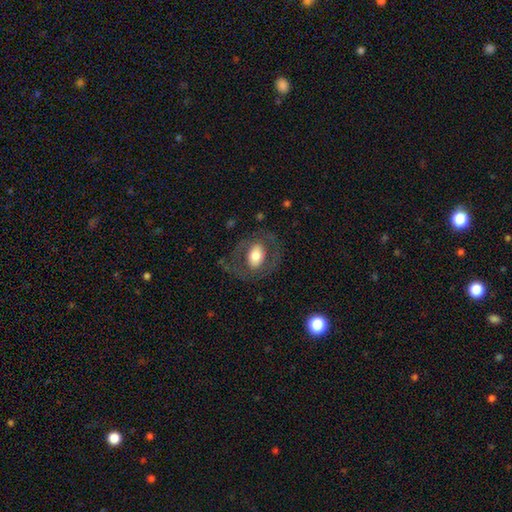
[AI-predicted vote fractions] smooth_or_featured: smooth (p=0.51) [alt: featured or disk p=0.43]
how_rounded: in between (p=0.75) [alt: round p=0.23]
merging: none (p=0.70) [alt: minor disturbance p=0.14]